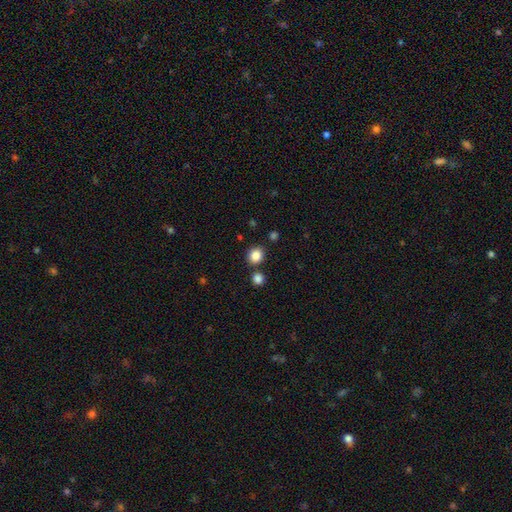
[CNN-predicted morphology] Smooth or featured?
  - smooth: 85% *
  - star or artifact: 11%
  - featured or disk: 4%
How rounded?
  - round: 79% *
  - in between: 20%
  - cigar-shaped: 1%
Merging?
  - none: 81% *
  - merger: 8%
  - minor disturbance: 8%
  - major disturbance: 3%